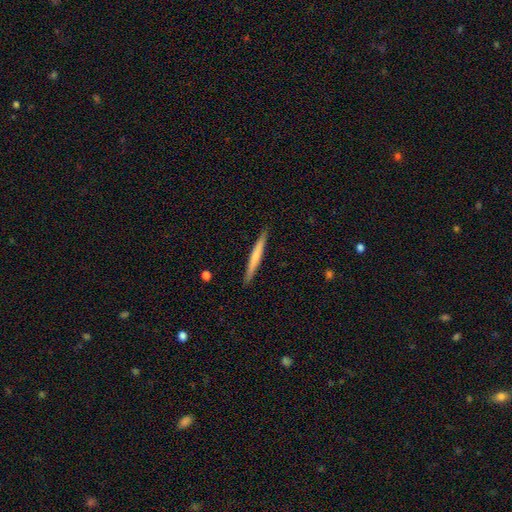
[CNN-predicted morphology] smooth-or-featured: smooth: 58% | featured or disk: 37% | star or artifact: 5%
  how-rounded: cigar-shaped: 97% | in between: 2% | round: 1%
  merging: none: 91% | minor disturbance: 6% | major disturbance: 1% | merger: 1%